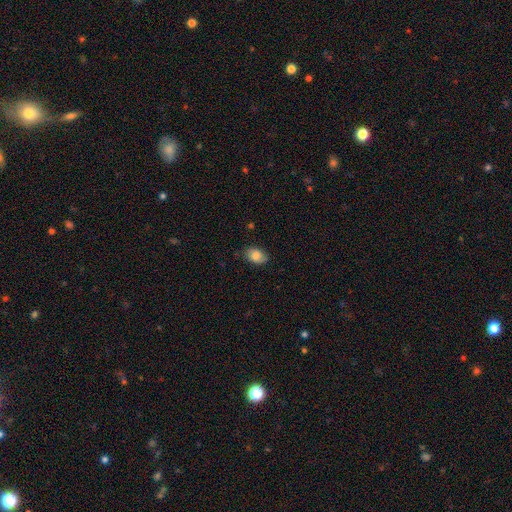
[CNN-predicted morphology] Q: Smooth or featured?
A: smooth (81%); runner-up: featured or disk (12%)
Q: How rounded?
A: in between (83%); runner-up: round (16%)
Q: Merging?
A: none (78%); runner-up: minor disturbance (17%)